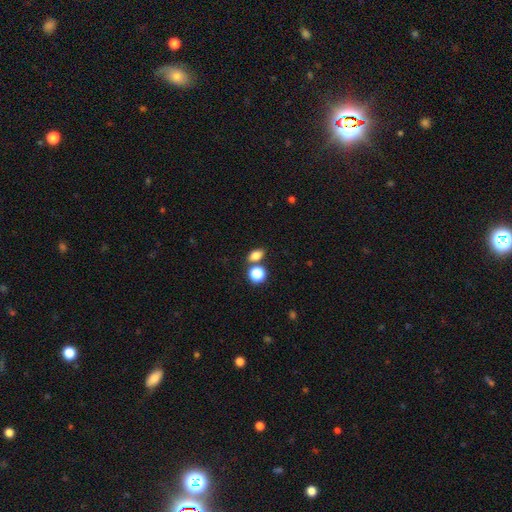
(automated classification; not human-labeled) A smooth galaxy with no disk features (78%) that is in between round and cigar-shaped (71%). Merging: none (68%).